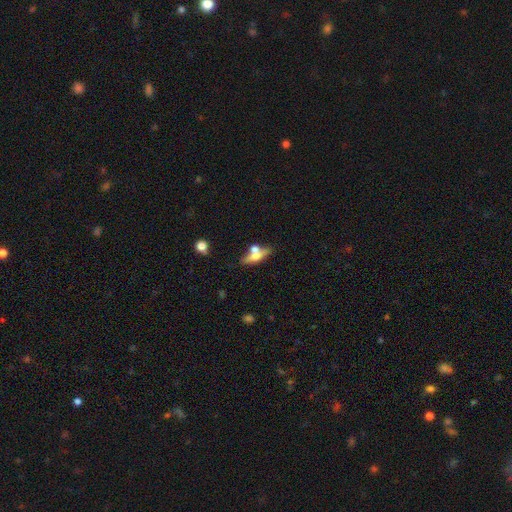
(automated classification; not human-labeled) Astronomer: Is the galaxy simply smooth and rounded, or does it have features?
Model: featured or disk — 46% (runner-up: smooth, 45%).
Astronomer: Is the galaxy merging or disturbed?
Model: none — 51% (runner-up: merger, 30%).